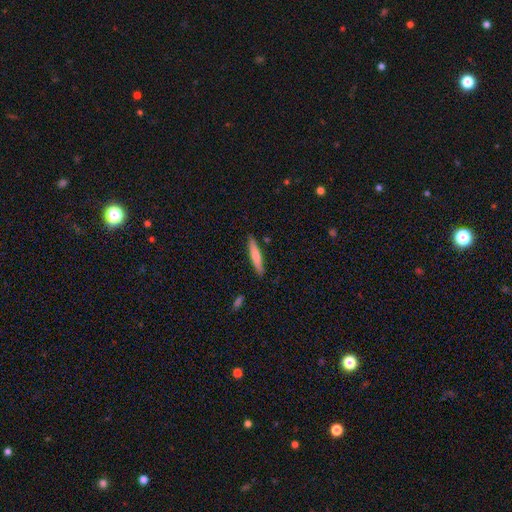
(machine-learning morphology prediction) Overall: smooth (68%). How rounded: cigar-shaped (90%). Merging: none (87%).